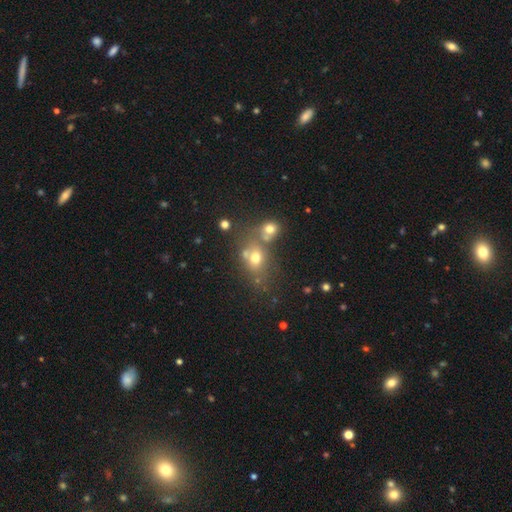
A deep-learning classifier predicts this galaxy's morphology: A smooth galaxy with no disk features (55%) that is round (60%). Merging: merger (44%).